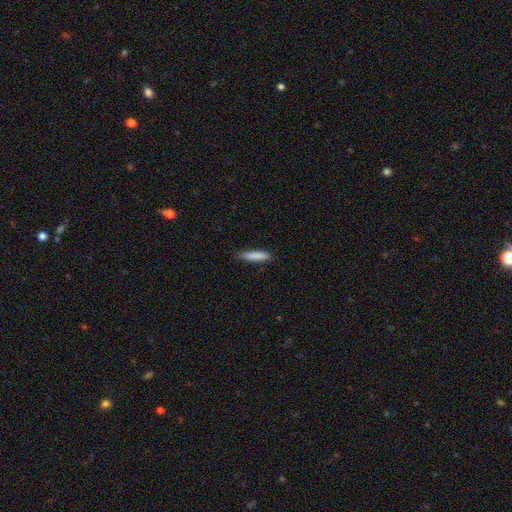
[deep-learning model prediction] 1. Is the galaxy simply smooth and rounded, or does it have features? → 86% smooth, 8% featured or disk, 6% star or artifact.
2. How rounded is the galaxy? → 86% cigar-shaped, 12% in between, 1% round.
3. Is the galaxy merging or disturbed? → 83% none, 14% minor disturbance, 2% major disturbance, 1% merger.